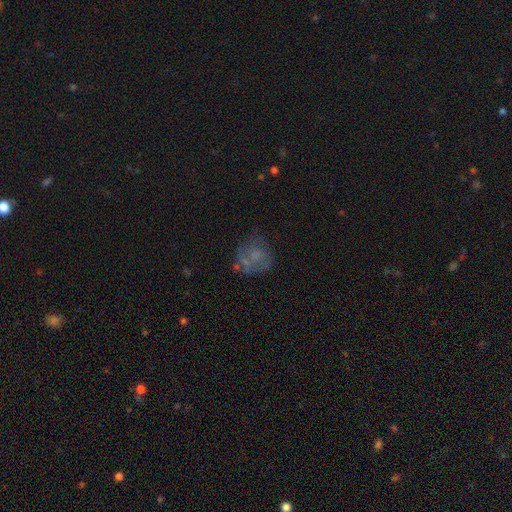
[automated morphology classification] A featured or disk galaxy (43%, tied with smooth).

Vote fractions:
- Smooth or featured? featured or disk: 43% (tied) / smooth: 43% (tied) / star or artifact: 14%
- Merging? none: 54% / minor disturbance: 21% / major disturbance: 19% / merger: 5%